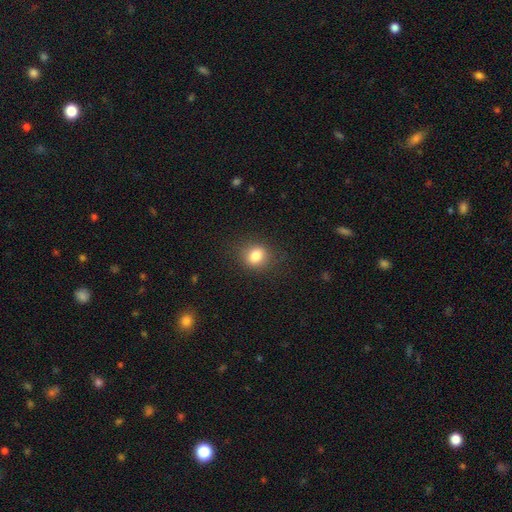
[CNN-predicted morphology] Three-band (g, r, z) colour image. It shows a smooth galaxy with no disk features (82%) that is round (63%). Merging: none (85%).